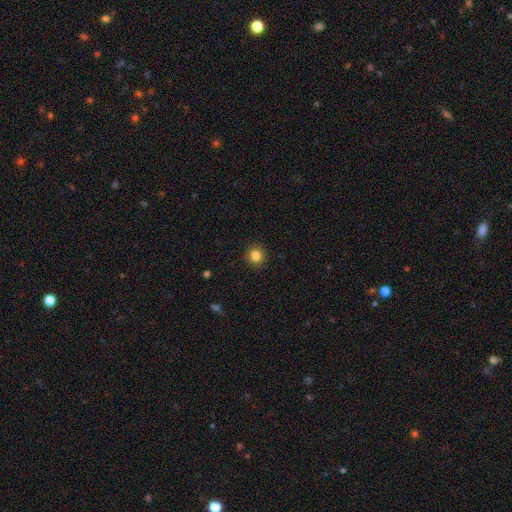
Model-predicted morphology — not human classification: A smooth galaxy with no disk features (83%) that is round (94%).

Vote fractions:
- Smooth or featured? smooth: 83% / star or artifact: 11% / featured or disk: 5%
- How rounded? round: 94% / in between: 5% / cigar-shaped: 1%
- Merging? none: 92% / minor disturbance: 5% / major disturbance: 2% / merger: 1%